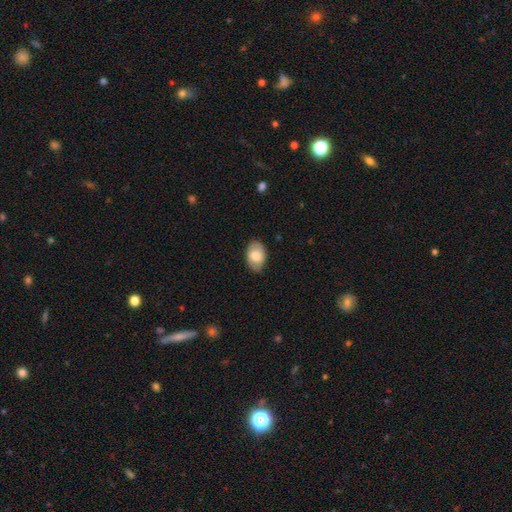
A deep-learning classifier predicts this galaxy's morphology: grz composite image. It shows a smooth galaxy with no disk features (78%) that is in between round and cigar-shaped (89%). Merging: none (80%).